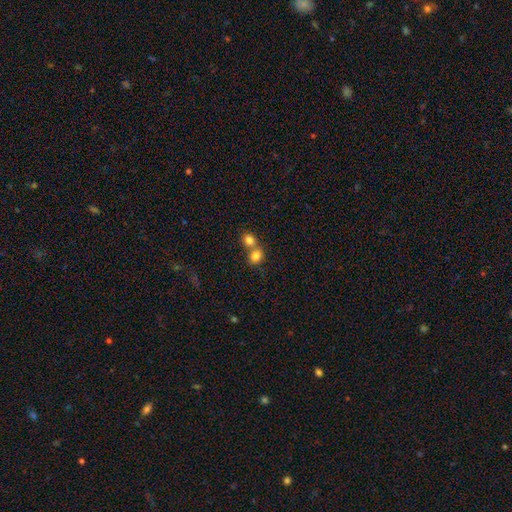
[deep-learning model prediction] Smooth or featured? smooth (81%)
How rounded? round (68%)
Merging? merger (56%)